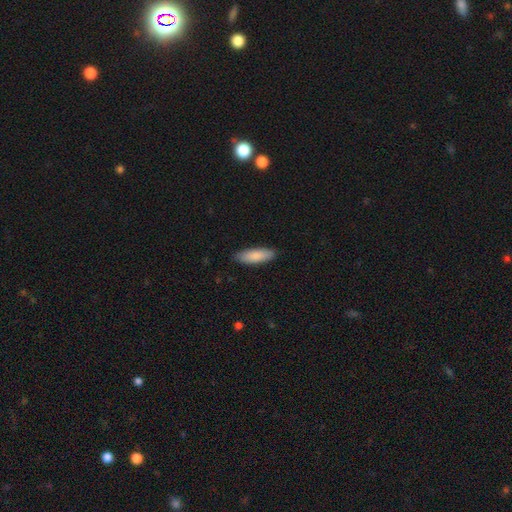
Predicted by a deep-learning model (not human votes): Morphology: type=smooth (87%); roundness=in between (55%); merging=none (88%).